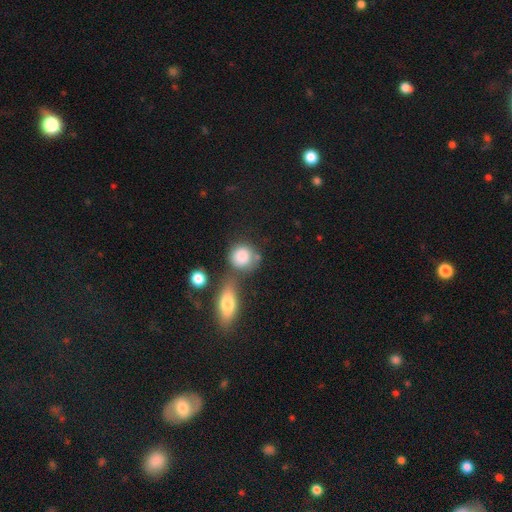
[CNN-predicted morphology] smooth-or-featured: smooth: 58% | featured or disk: 21% | star or artifact: 21%
  how-rounded: round: 61% | in between: 29% | cigar-shaped: 10%
  merging: none: 59% | merger: 24% | minor disturbance: 12% | major disturbance: 5%